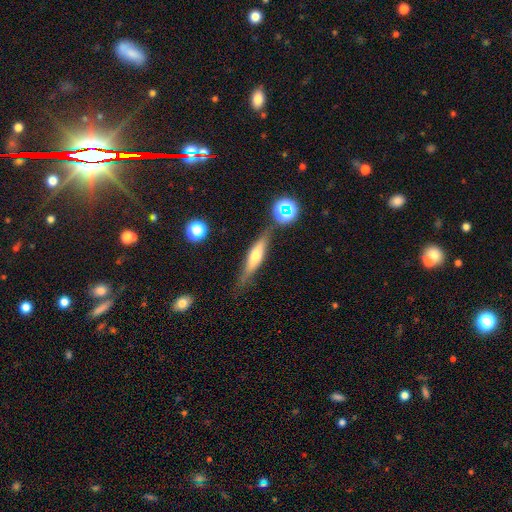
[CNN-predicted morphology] Smooth or featured?
  - featured or disk: 47% *
  - smooth: 44%
  - star or artifact: 9%
Merging?
  - none: 75% *
  - minor disturbance: 15%
  - merger: 5%
  - major disturbance: 4%